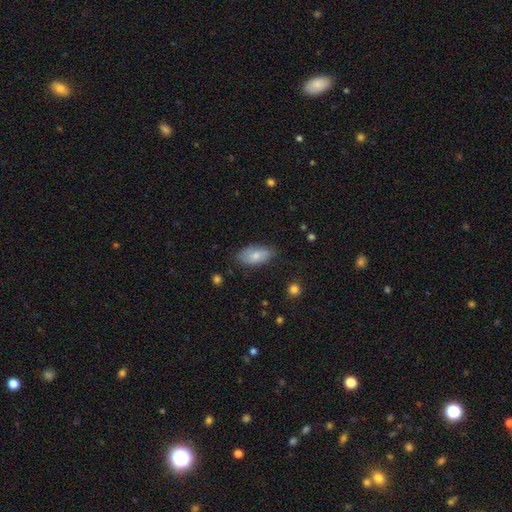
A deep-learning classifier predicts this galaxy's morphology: Smooth or featured? smooth (76%)
How rounded? in between (92%)
Merging? none (71%)